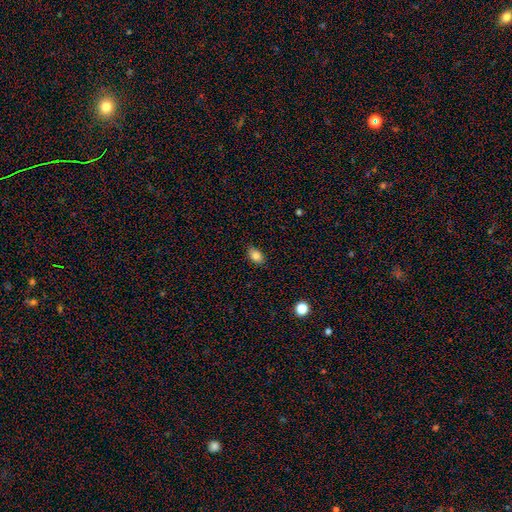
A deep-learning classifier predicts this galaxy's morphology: Smooth or featured?
  - smooth: 85% *
  - star or artifact: 9%
  - featured or disk: 6%
How rounded?
  - in between: 86% *
  - round: 12%
  - cigar-shaped: 2%
Merging?
  - none: 87% *
  - minor disturbance: 10%
  - major disturbance: 2%
  - merger: 1%